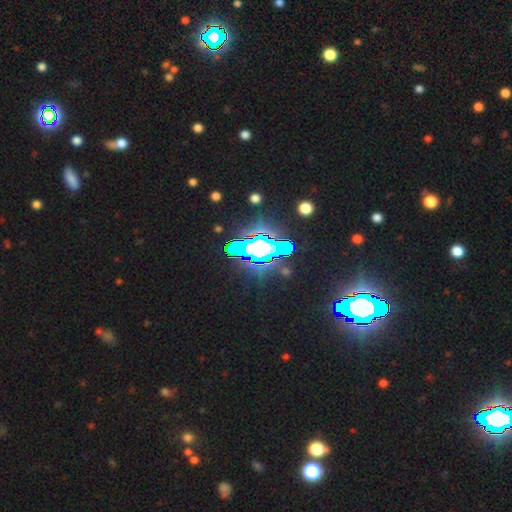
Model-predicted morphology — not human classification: smooth-or-featured: star or artifact: 74% | featured or disk: 15% | smooth: 11%